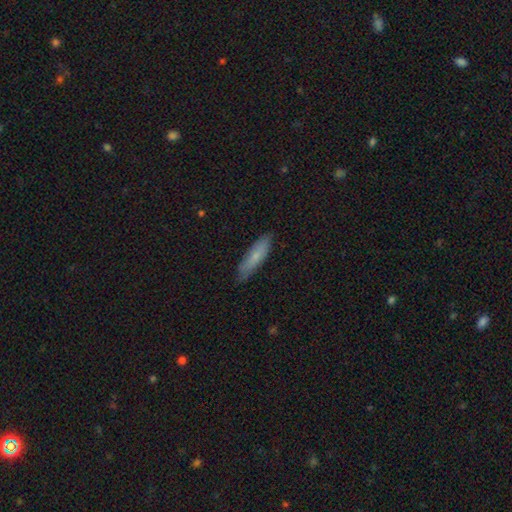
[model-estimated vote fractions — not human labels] This is likely a smooth galaxy (71%). How rounded: likely cigar-shaped (73%). Merging: clearly none (83%).